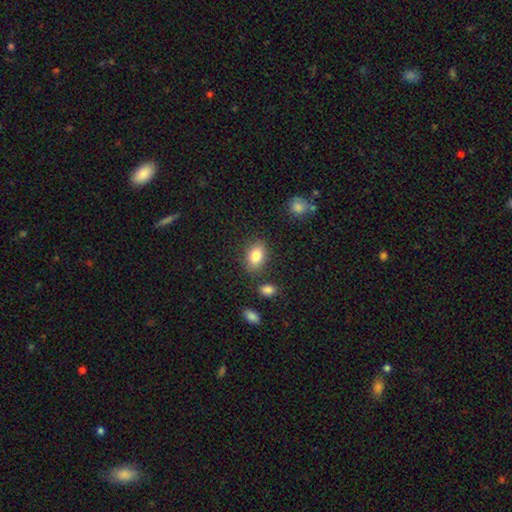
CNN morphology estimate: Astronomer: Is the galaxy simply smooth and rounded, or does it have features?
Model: smooth — 82%.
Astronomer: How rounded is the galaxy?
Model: in between — 83%.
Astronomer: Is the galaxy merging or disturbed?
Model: none — 81%.